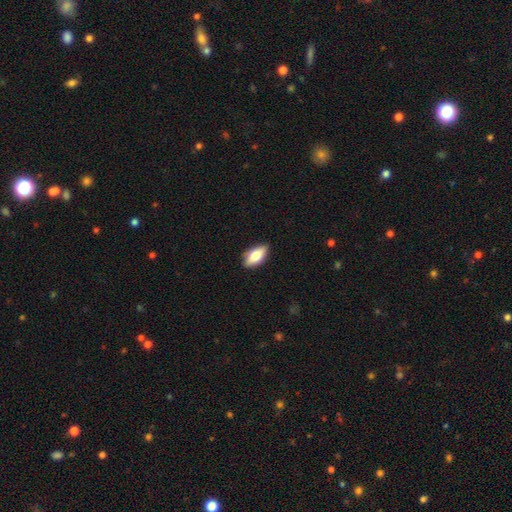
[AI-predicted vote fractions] A smooth galaxy with no disk features (71%) that is in between round and cigar-shaped (86%). Merging: none (86%).